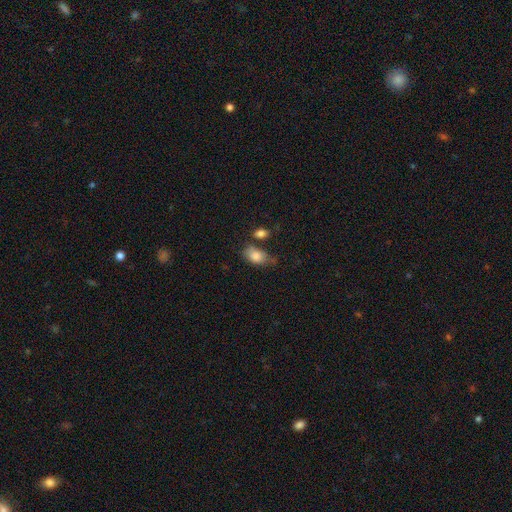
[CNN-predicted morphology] Smooth or featured? smooth (82%)
How rounded? in between (87%)
Merging? none (45%)